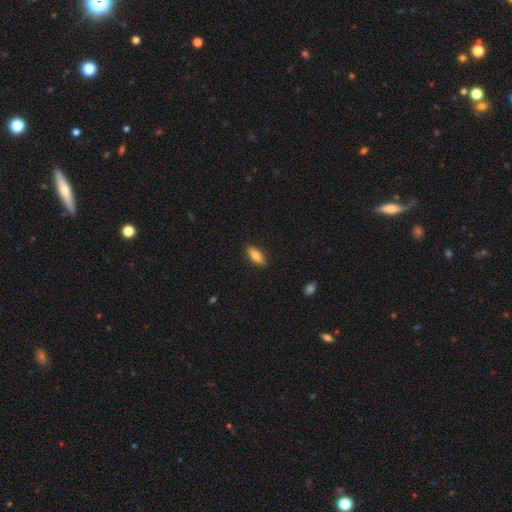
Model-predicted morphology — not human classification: type=smooth (80%); roundness=in between (72%); merging=none (88%).